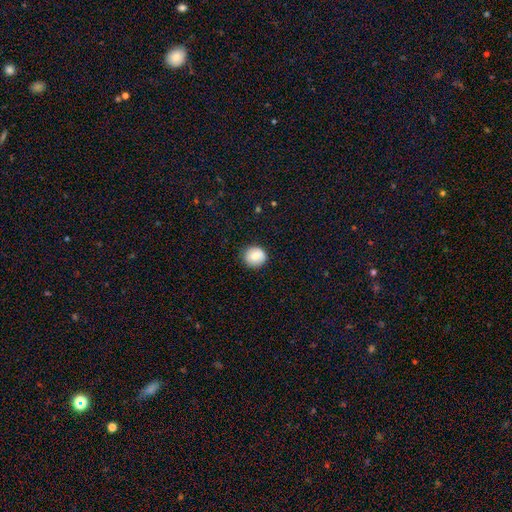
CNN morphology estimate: smooth_or_featured: smooth (p=0.77) [alt: featured or disk p=0.15]
how_rounded: round (p=0.89) [alt: in between p=0.10]
merging: none (p=0.85) [alt: minor disturbance p=0.11]